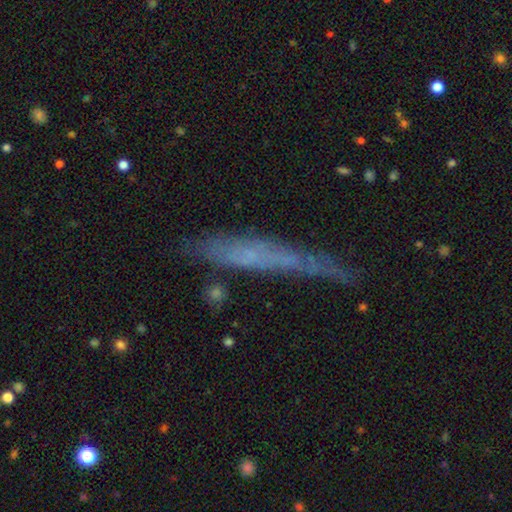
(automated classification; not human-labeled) This appears to be a featured or disk galaxy (45%). Merging: none (59%).